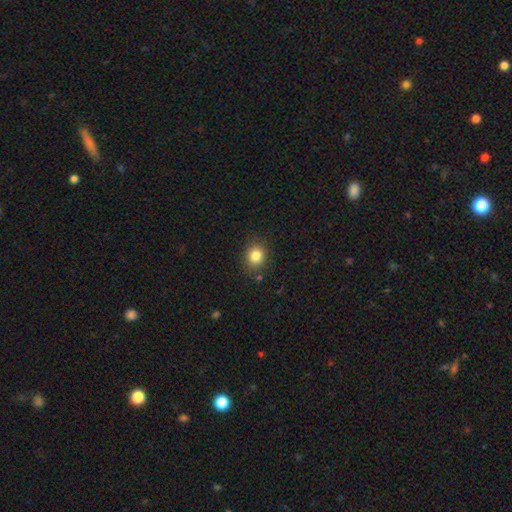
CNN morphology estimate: Q: Smooth or featured?
A: smooth (83%); runner-up: star or artifact (11%)
Q: How rounded?
A: round (65%); runner-up: in between (34%)
Q: Merging?
A: none (85%); runner-up: minor disturbance (10%)